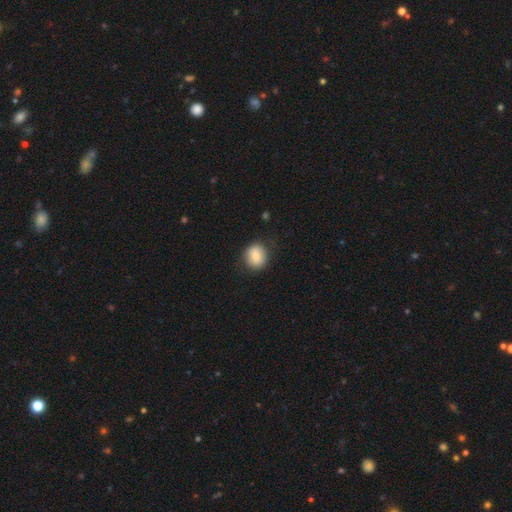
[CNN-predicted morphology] smooth 81%, featured or disk 10%, star or artifact 8%. Down the decision tree: how rounded — round (77%); merging — none (84%).